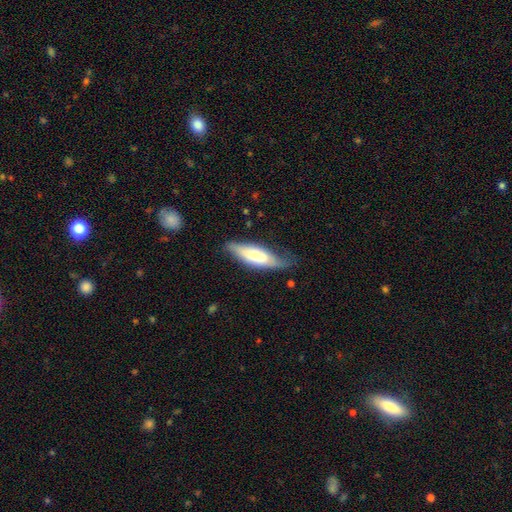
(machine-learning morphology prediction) Smooth or featured?
  - smooth: 59% *
  - featured or disk: 35%
  - star or artifact: 6%
How rounded?
  - cigar-shaped: 49% * (tied)
  - in between: 49% * (tied)
  - round: 2%
Merging?
  - none: 62% *
  - minor disturbance: 28%
  - major disturbance: 9%
  - merger: 2%